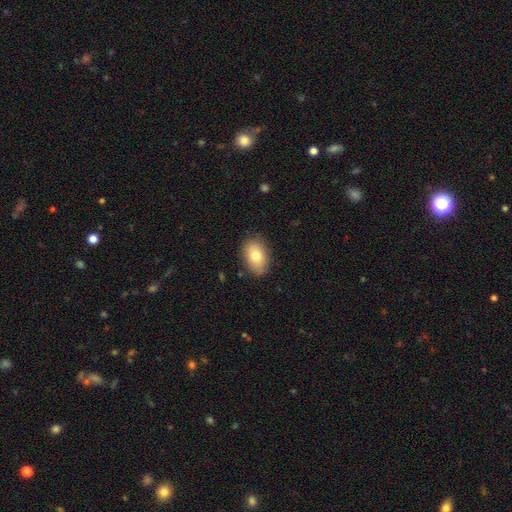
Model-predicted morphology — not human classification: type=smooth (77%); roundness=in between (85%); merging=none (83%).